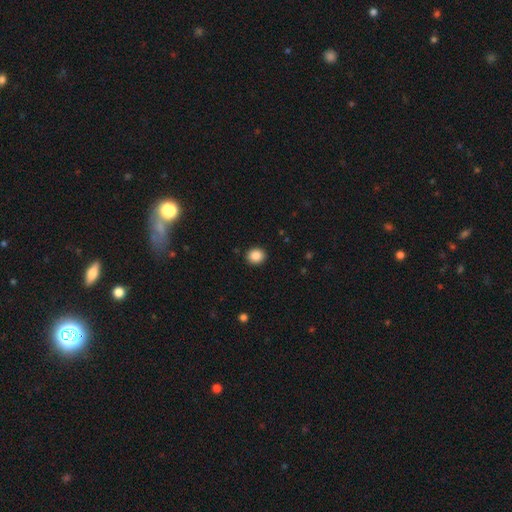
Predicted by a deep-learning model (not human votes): A smooth galaxy with no disk features (87%) that is round (81%). Merging: none (92%).